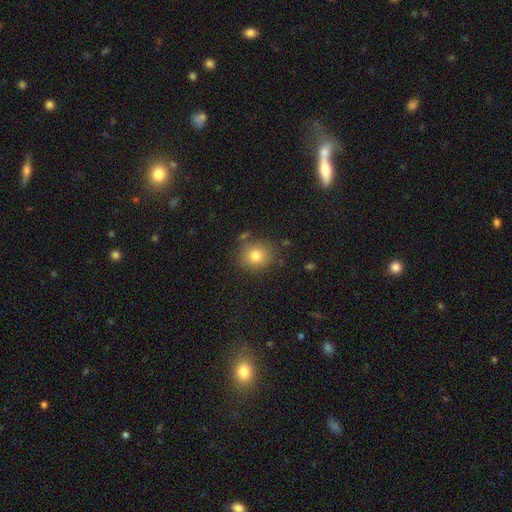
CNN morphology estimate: This is likely a smooth galaxy (80%). How rounded: clearly round (82%). Merging: likely none (78%).